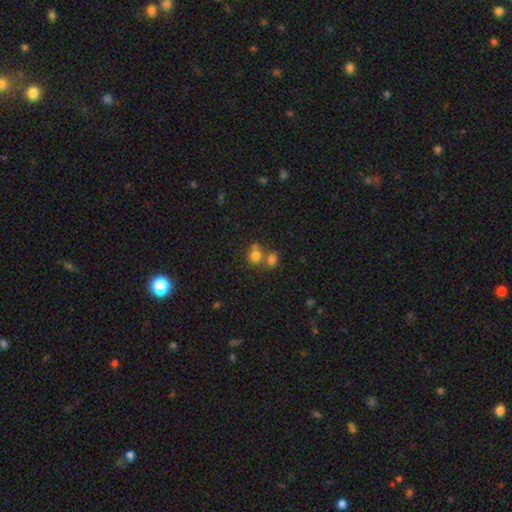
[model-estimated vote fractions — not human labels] Smooth or featured?
  - smooth: 76% *
  - star or artifact: 13%
  - featured or disk: 10%
How rounded?
  - round: 71% *
  - in between: 28%
  - cigar-shaped: 1%
Merging?
  - merger: 48% *
  - none: 38%
  - minor disturbance: 10%
  - major disturbance: 5%